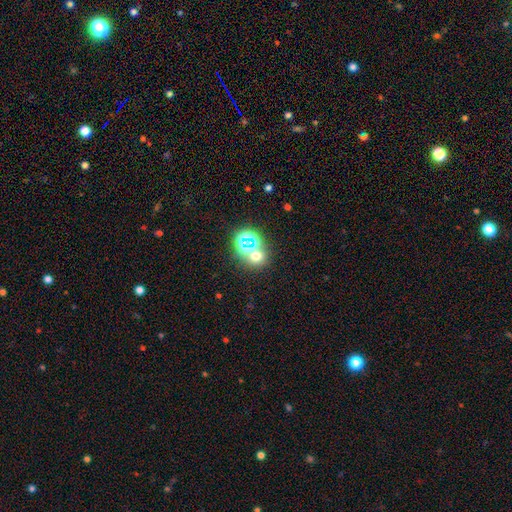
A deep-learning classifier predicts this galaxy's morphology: A smooth galaxy with no disk features (52%) that is round (81%). Merging: none (65%).